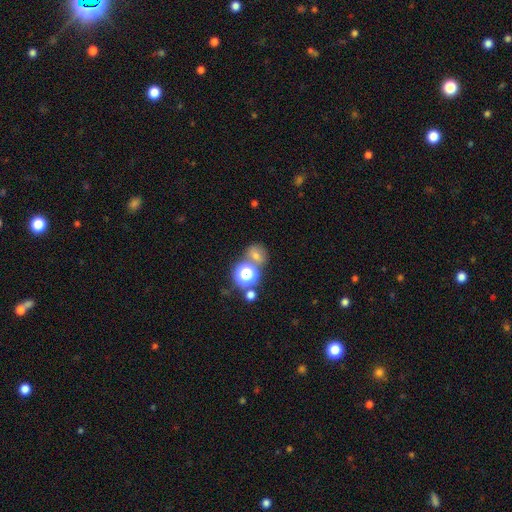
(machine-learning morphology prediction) Smooth or featured? smooth (47%)
Merging? none (61%)